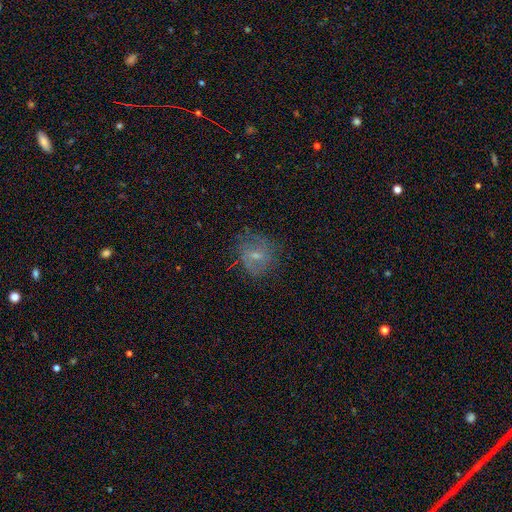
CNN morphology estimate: Q: Smooth or featured?
A: smooth (48%); runner-up: featured or disk (40%)
Q: Merging?
A: none (66%); runner-up: minor disturbance (20%)